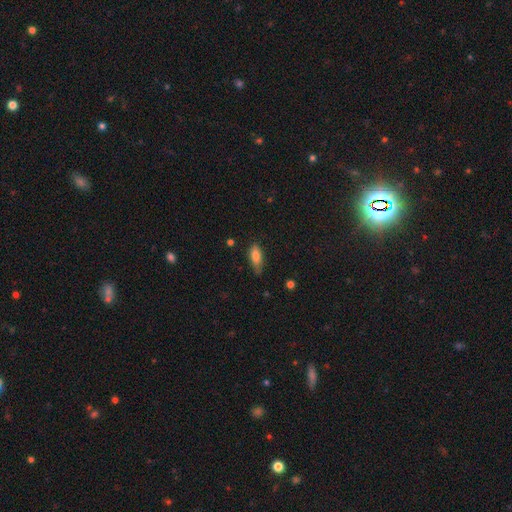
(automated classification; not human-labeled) Q: Smooth or featured?
A: smooth (81%); runner-up: featured or disk (11%)
Q: How rounded?
A: in between (76%); runner-up: cigar-shaped (21%)
Q: Merging?
A: none (64%); runner-up: minor disturbance (28%)